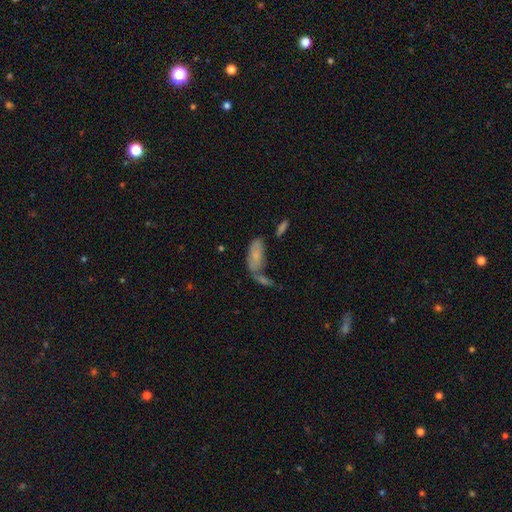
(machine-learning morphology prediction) Smooth or featured: smooth — 73% (featured or disk — 19%)
How rounded: in between — 86% (cigar-shaped — 12%)
Merging: none — 40% (merger — 34%)